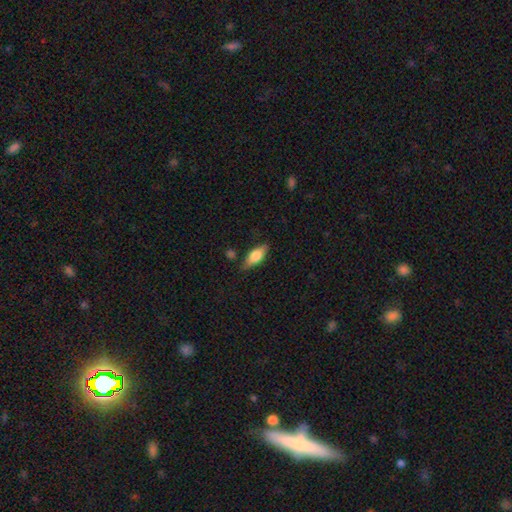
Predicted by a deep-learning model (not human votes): smooth-or-featured: smooth: 67% | featured or disk: 27% | star or artifact: 7%
  how-rounded: in between: 75% | cigar-shaped: 22% | round: 3%
  merging: none: 76% | minor disturbance: 17% | major disturbance: 4% | merger: 3%